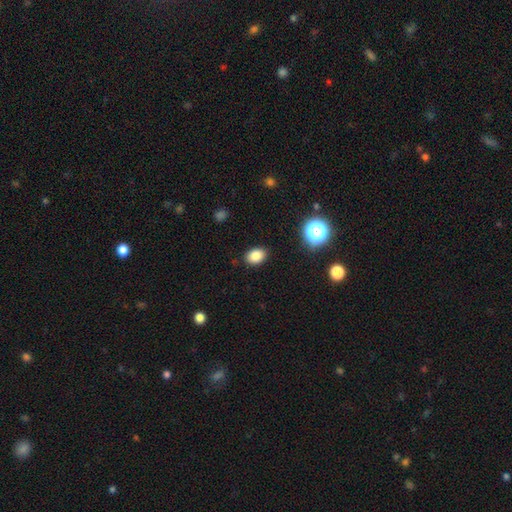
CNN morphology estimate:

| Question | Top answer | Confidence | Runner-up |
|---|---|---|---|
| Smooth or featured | smooth | 84% | star or artifact (11%) |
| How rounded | in between | 72% | round (27%) |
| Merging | none | 88% | minor disturbance (9%) |